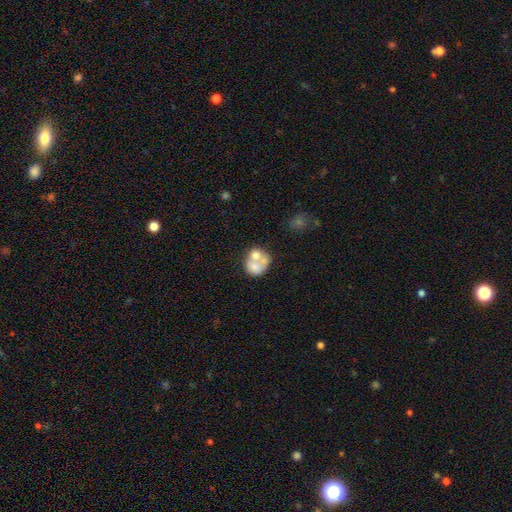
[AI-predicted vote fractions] Smooth or featured? Predicted: smooth (p=0.59). How rounded? Predicted: round (p=0.59). Merging? Predicted: merger (p=0.57).